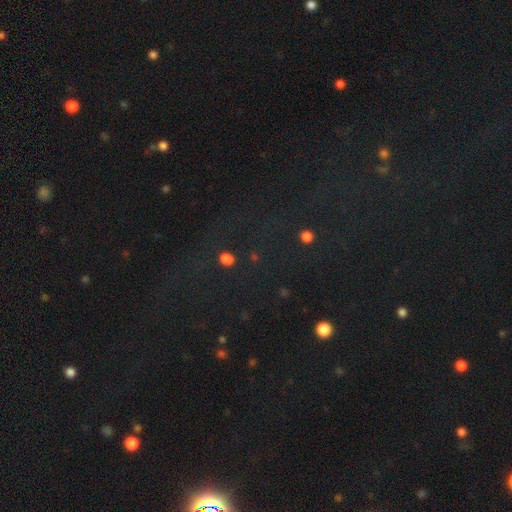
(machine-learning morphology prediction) A star or artifact, not a galaxy (72%).